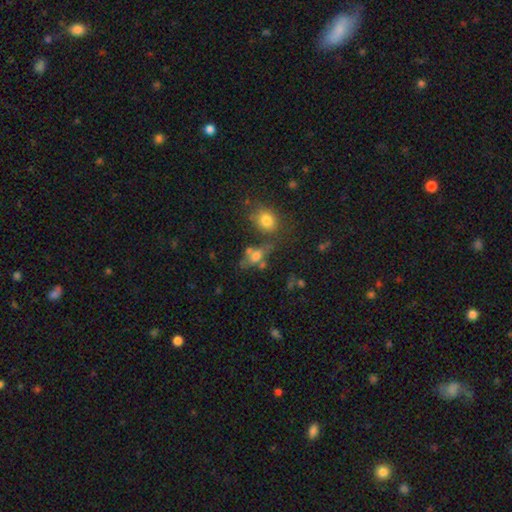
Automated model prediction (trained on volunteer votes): Smooth or featured? Predicted: smooth (p=0.58). How rounded? Predicted: in between (p=0.67). Merging? Predicted: none (p=0.45).